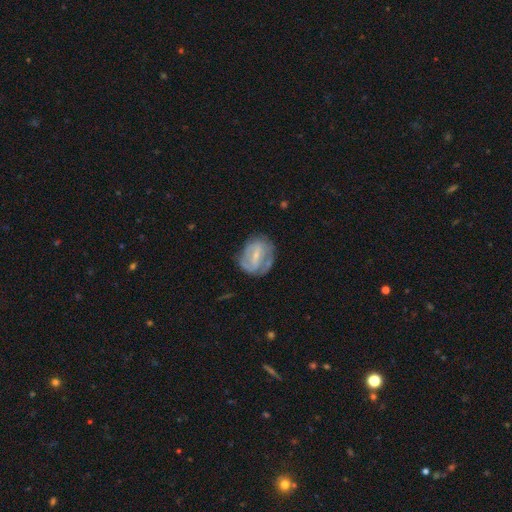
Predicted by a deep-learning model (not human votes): This is likely a featured or disk galaxy (70%). It is clearly not viewed edge-on (97%). Bar: possibly weak (48%). Spiral arm pattern: likely yes (73%). Central bulge: likely small (63%). Merging: possibly none (59%).